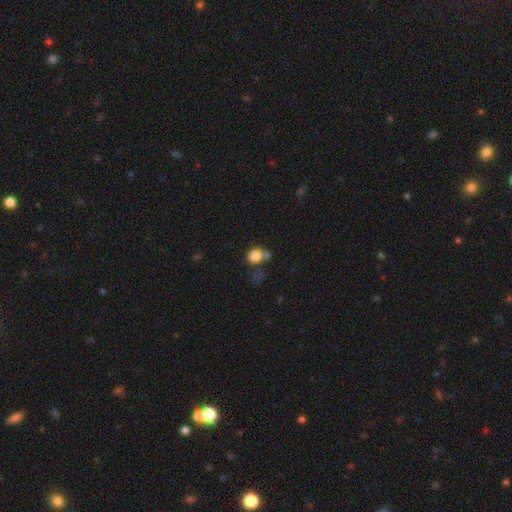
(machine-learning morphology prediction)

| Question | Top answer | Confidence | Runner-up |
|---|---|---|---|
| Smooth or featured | smooth | 82% | star or artifact (10%) |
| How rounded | round | 67% | in between (32%) |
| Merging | none | 53% | merger (21%) |